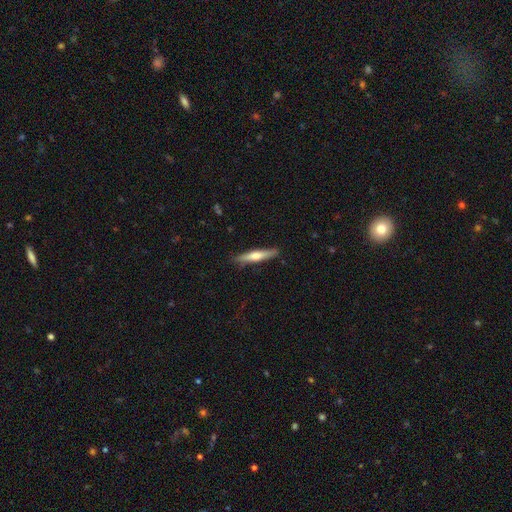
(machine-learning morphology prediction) A smooth galaxy with no disk features (52%) that is cigar-shaped (90%). Merging: none (87%).